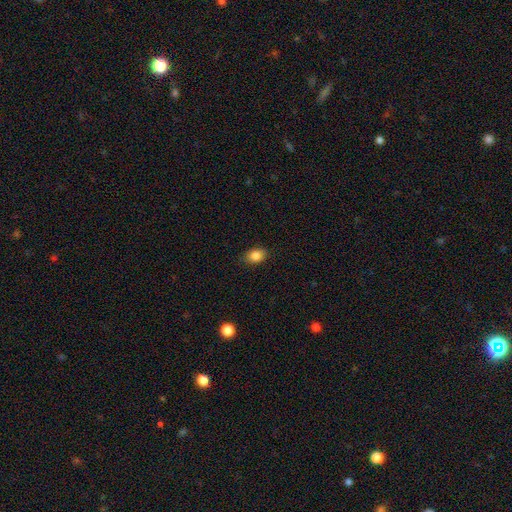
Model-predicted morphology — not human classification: smooth-or-featured: smooth: 86% | star or artifact: 9% | featured or disk: 6%
  how-rounded: in between: 76% | round: 23% | cigar-shaped: 1%
  merging: none: 84% | minor disturbance: 12% | major disturbance: 2% | merger: 1%